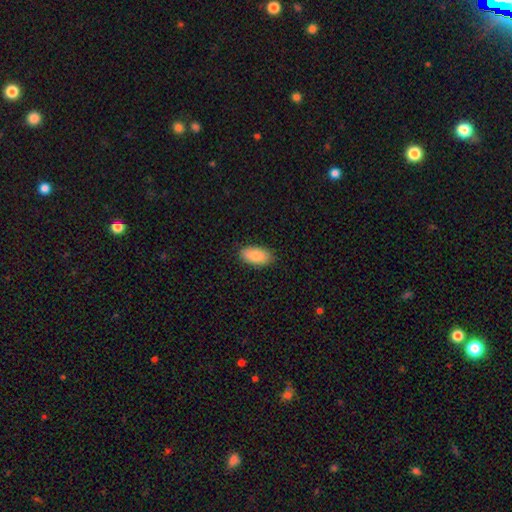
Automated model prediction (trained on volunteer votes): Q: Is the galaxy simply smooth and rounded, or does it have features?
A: smooth — 86%.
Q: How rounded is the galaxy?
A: in between — 94%.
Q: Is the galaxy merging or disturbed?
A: none — 87%.